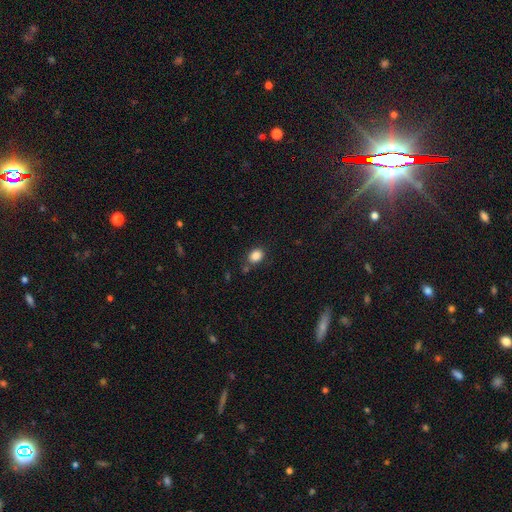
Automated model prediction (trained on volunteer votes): smooth 86%, star or artifact 10%, featured or disk 4%. Down the decision tree: how rounded — in between (63%); merging — none (76%).